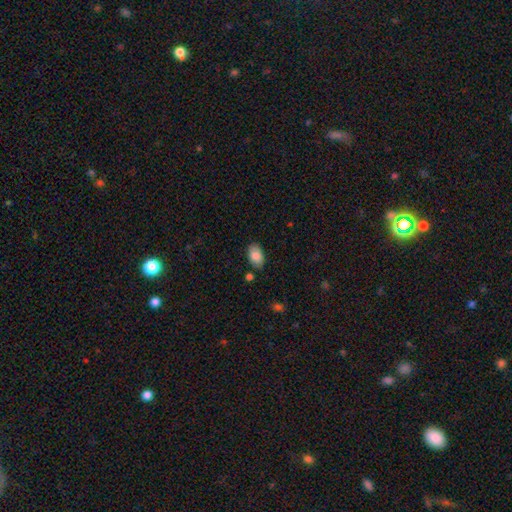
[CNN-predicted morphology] This is clearly a smooth galaxy (84%). How rounded: clearly in between (93%). Merging: clearly none (82%).